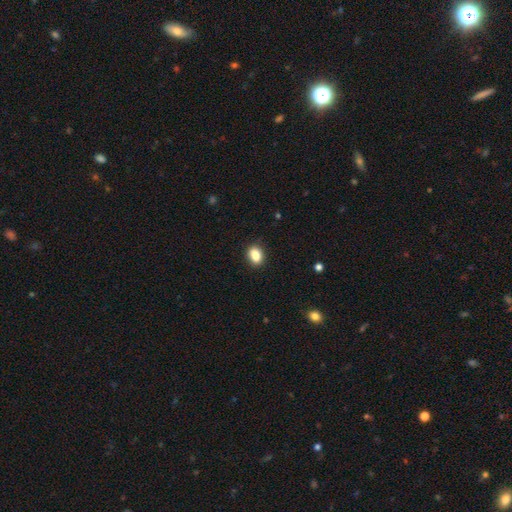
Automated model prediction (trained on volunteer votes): smooth-or-featured: smooth: 87% | star or artifact: 9% | featured or disk: 5%
  how-rounded: in between: 75% | round: 23% | cigar-shaped: 2%
  merging: none: 88% | minor disturbance: 9% | major disturbance: 2% | merger: 1%